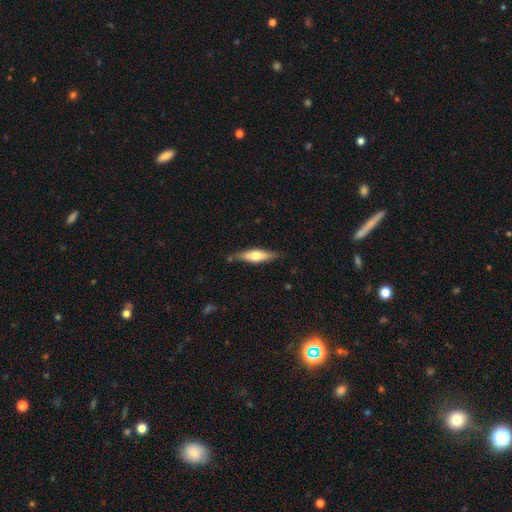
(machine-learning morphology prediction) type=smooth (47%, tied with featured or disk); merging=none (78%).